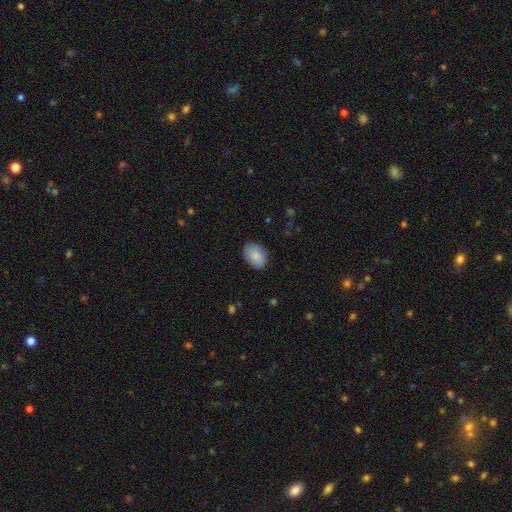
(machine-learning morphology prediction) A smooth galaxy with no disk features (87%) that is in between round and cigar-shaped (83%).

Vote fractions:
- Smooth or featured? smooth: 87% / featured or disk: 7% / star or artifact: 6%
- How rounded? in between: 83% / round: 16% / cigar-shaped: 1%
- Merging? none: 85% / minor disturbance: 12% / major disturbance: 3% / merger: 1%